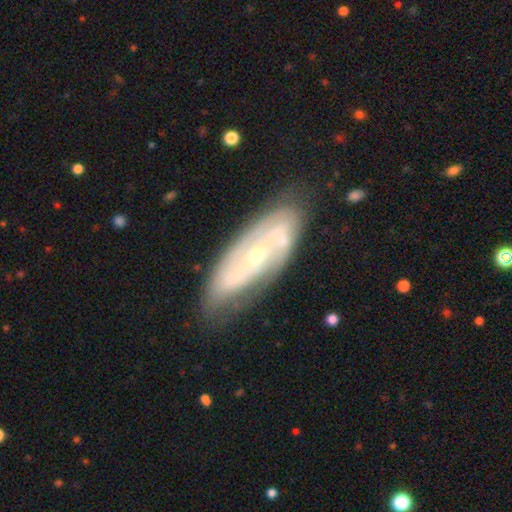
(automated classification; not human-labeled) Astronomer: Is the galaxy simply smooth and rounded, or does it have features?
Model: featured or disk — 79%.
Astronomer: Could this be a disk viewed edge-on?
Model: no — 88%.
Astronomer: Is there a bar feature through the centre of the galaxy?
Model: no — 57%.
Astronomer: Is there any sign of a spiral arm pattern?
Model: yes — 86%.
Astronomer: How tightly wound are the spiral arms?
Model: tight — 49% (runner-up: medium, 37%).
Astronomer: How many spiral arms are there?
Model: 2 — 54% (runner-up: can't tell, 30%).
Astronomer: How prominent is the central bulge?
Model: small — 60% (runner-up: moderate, 36%).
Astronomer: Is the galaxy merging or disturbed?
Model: none — 74%.